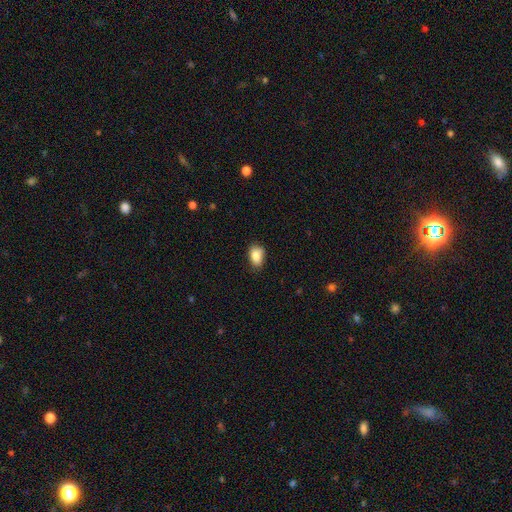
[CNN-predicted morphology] Q: Smooth or featured?
A: smooth (85%); runner-up: star or artifact (8%)
Q: How rounded?
A: in between (84%); runner-up: round (14%)
Q: Merging?
A: none (70%); runner-up: minor disturbance (24%)